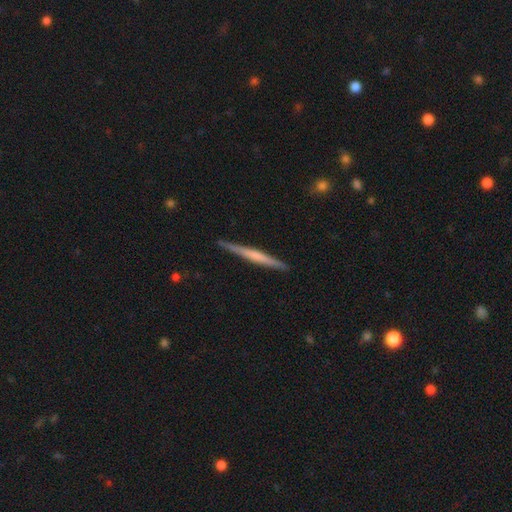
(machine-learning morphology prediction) A featured or disk galaxy (57%) viewed edge-on (98%) with no central bulge (60%). Merging: none (91%).